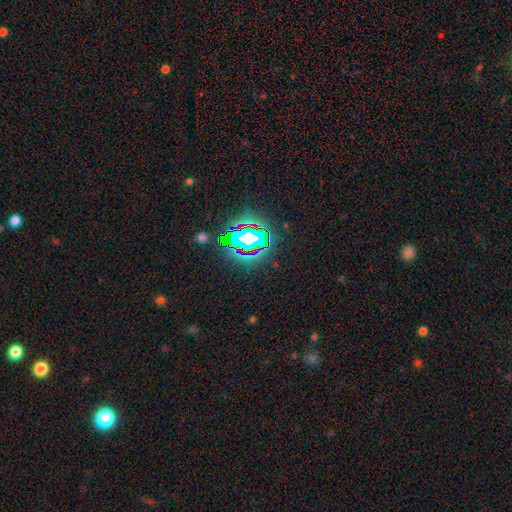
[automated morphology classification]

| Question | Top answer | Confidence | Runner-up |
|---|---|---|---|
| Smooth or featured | star or artifact | 80% | smooth (12%) |